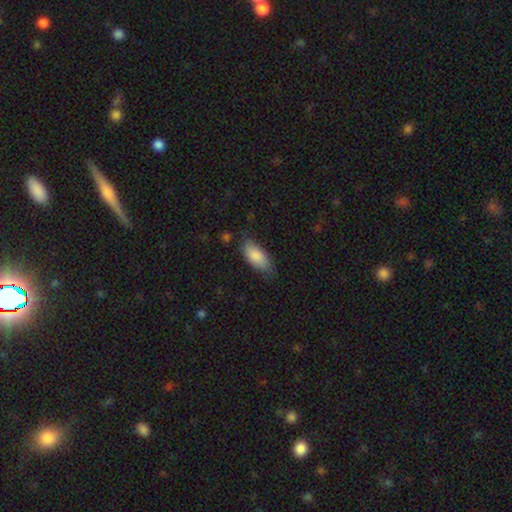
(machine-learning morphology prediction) Smooth or featured? Predicted: smooth (p=0.86). How rounded? Predicted: in between (p=0.87). Merging? Predicted: none (p=0.70).